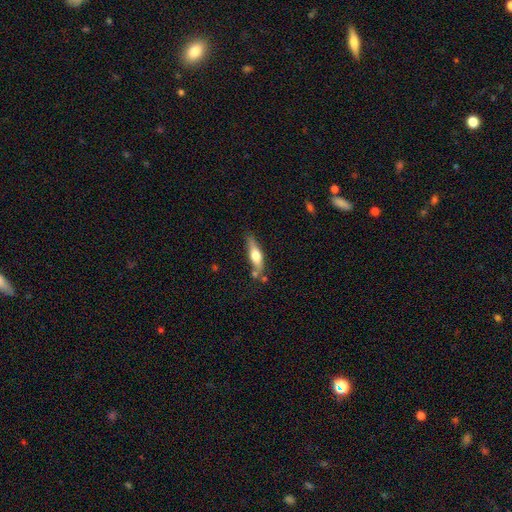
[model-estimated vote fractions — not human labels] Smooth or featured?
  - smooth: 51% *
  - featured or disk: 43%
  - star or artifact: 6%
How rounded?
  - cigar-shaped: 64% *
  - in between: 33%
  - round: 3%
Merging?
  - none: 65% *
  - minor disturbance: 19%
  - merger: 11%
  - major disturbance: 5%